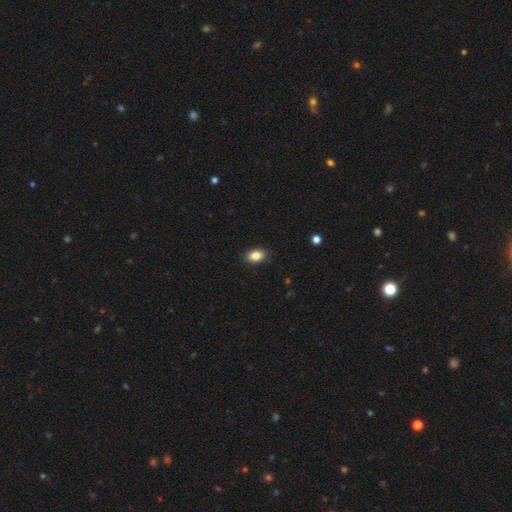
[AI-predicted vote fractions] Overall: smooth (87%). How rounded: in between (86%). Merging: none (87%).